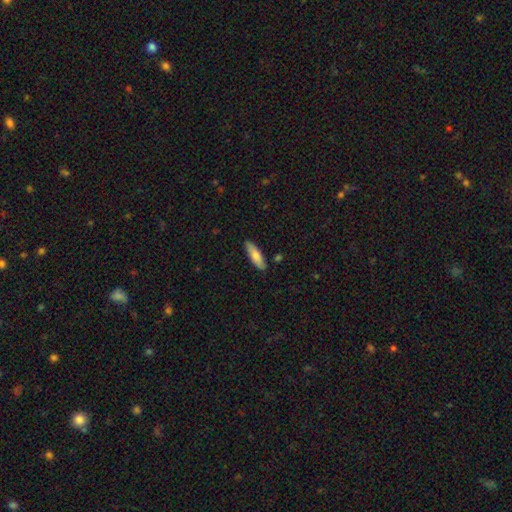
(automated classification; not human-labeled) Smooth or featured?
  - smooth: 77% *
  - featured or disk: 17%
  - star or artifact: 6%
How rounded?
  - in between: 49% * (tied)
  - cigar-shaped: 49% * (tied)
  - round: 2%
Merging?
  - none: 86% *
  - minor disturbance: 10%
  - merger: 2%
  - major disturbance: 2%